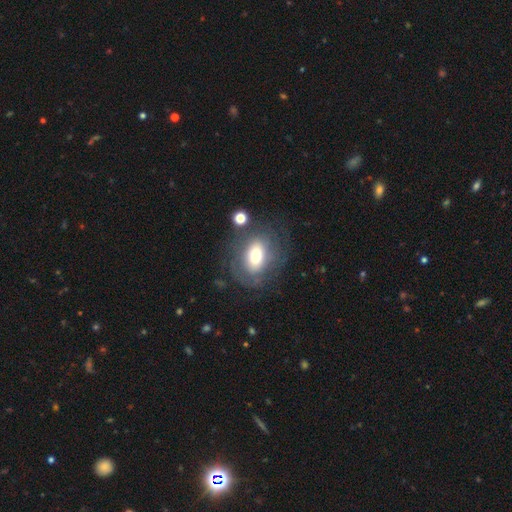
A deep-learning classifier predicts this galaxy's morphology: smooth 52%, featured or disk 38%, star or artifact 10%. Down the decision tree: how rounded — in between (76%); merging — none (65%).